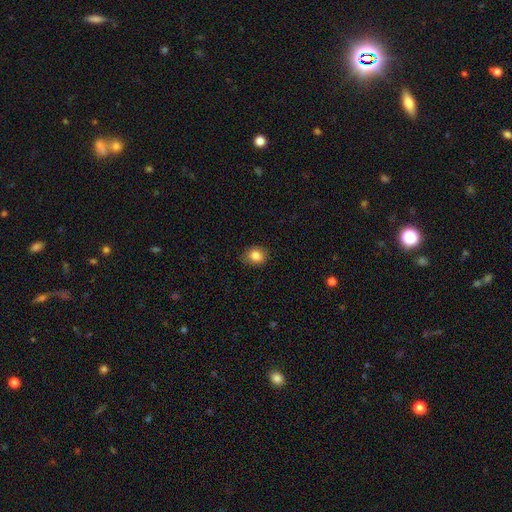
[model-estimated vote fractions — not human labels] smooth 84%, star or artifact 10%, featured or disk 7%. Down the decision tree: how rounded — round (52%); merging — none (80%).